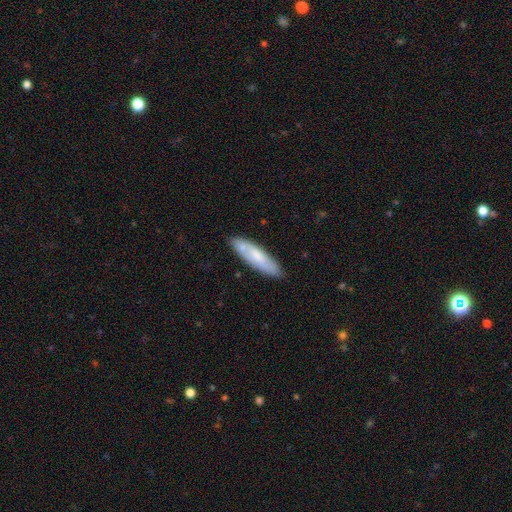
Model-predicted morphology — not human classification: This appears to be a smooth galaxy with no disk features (62%) that is cigar-shaped (68%). Merging: none (78%).